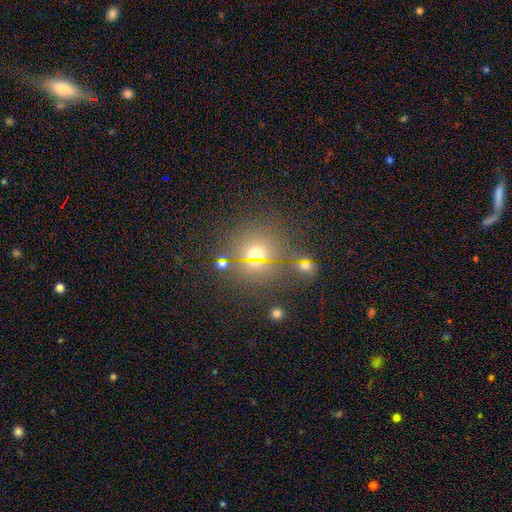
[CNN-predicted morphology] smooth_or_featured: star or artifact (p=0.45) [alt: smooth p=0.44]